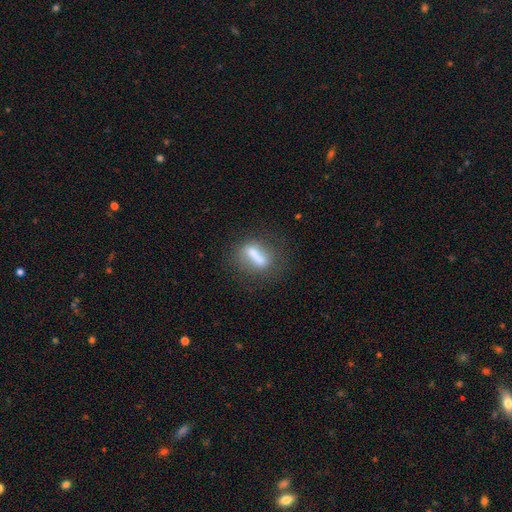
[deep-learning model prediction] Smooth or featured? Predicted: smooth (p=0.56). How rounded? Predicted: cigar-shaped (p=0.55). Merging? Predicted: none (p=0.67).